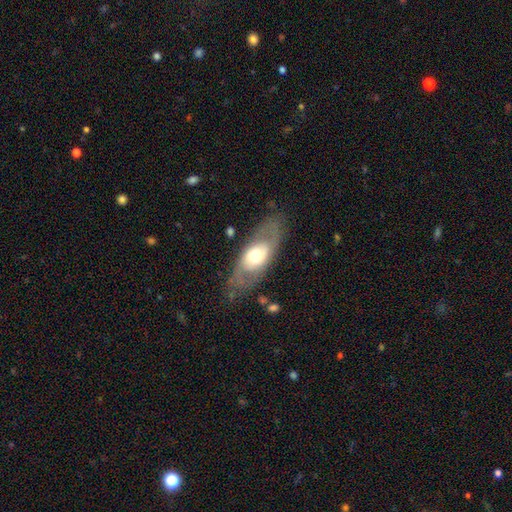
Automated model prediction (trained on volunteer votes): Morphology: type=featured or disk (55%); edge-on=no (82%); merging=none (74%).